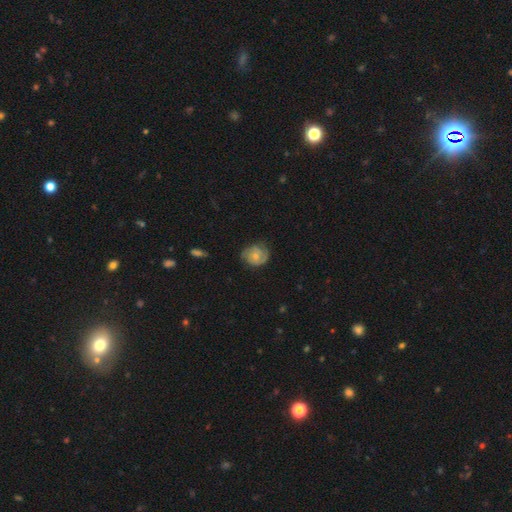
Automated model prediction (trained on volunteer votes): Smooth or featured?
  - featured or disk: 61% *
  - smooth: 33%
  - star or artifact: 7%
Edge-on disk?
  - no: 97% *
  - yes: 3%
Bar?
  - no: 73% *
  - weak: 24%
  - strong: 4%
Spiral arms?
  - yes: 88% *
  - no: 12%
Spiral winding?
  - tight: 55% *
  - medium: 34%
  - loose: 11%
Spiral arm count?
  - 2: 61% *
  - can't tell: 21%
  - 3: 9%
  - 1: 5%
  - 4: 2%
  - more than 4: 2%
Bulge size?
  - small: 50% *
  - moderate: 44%
  - none: 4%
  - large: 2%
  - dominant: 1%
Merging?
  - none: 69% *
  - minor disturbance: 23%
  - major disturbance: 7%
  - merger: 1%